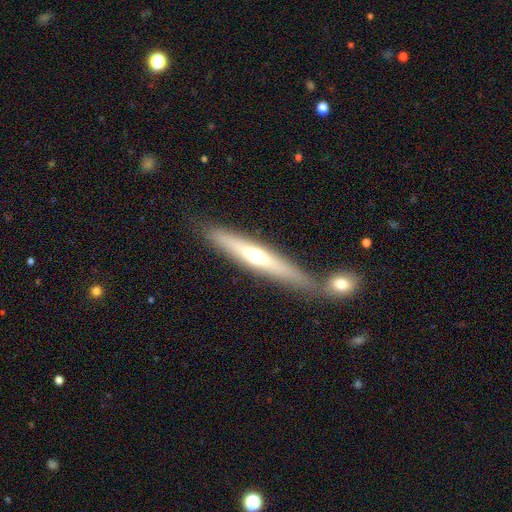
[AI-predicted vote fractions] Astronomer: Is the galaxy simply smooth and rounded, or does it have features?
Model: featured or disk — 53% (runner-up: smooth, 41%).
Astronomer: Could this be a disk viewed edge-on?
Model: yes — 89%.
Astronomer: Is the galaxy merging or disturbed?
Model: none — 72%.